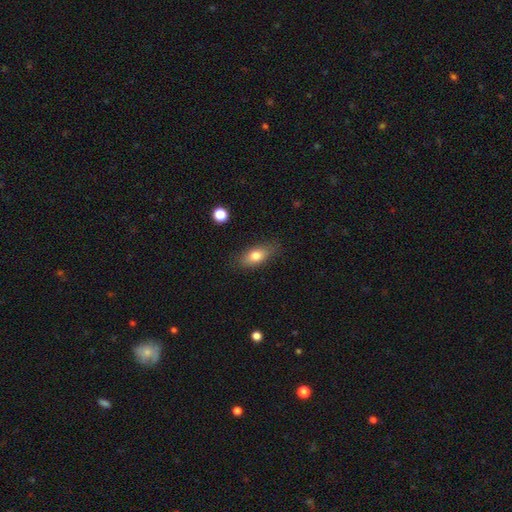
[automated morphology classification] Smooth or featured? smooth (76%)
How rounded? in between (80%)
Merging? none (80%)